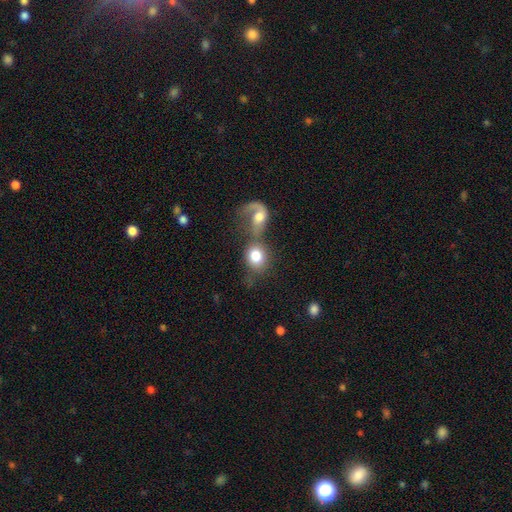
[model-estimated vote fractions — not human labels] Smooth or featured? Predicted: smooth (p=0.73). How rounded? Predicted: round (p=0.61). Merging? Predicted: merger (p=0.60).